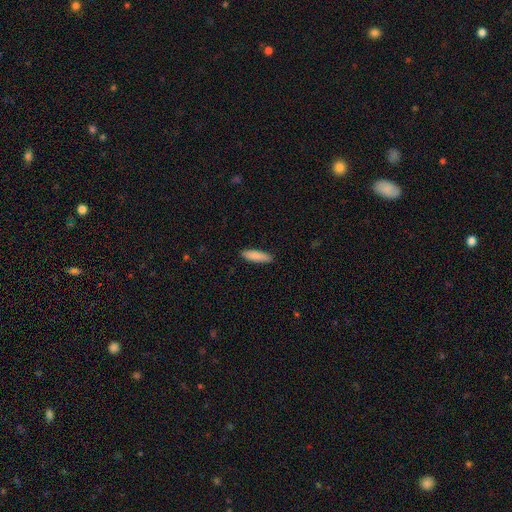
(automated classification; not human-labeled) This is clearly a smooth galaxy (88%). How rounded: likely cigar-shaped (67%). Merging: clearly none (88%).